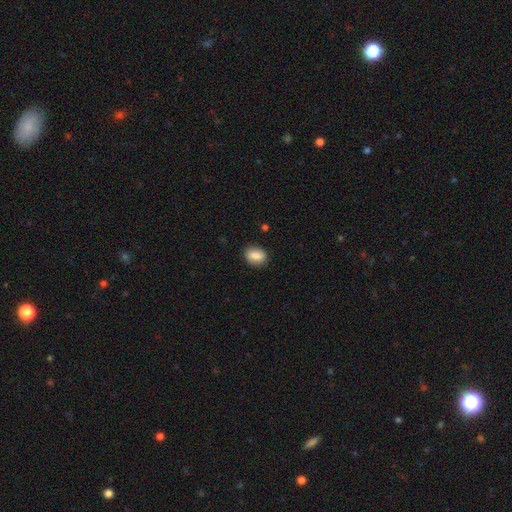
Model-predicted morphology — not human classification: Smooth or featured? Predicted: smooth (p=0.86). How rounded? Predicted: in between (p=0.72). Merging? Predicted: none (p=0.85).